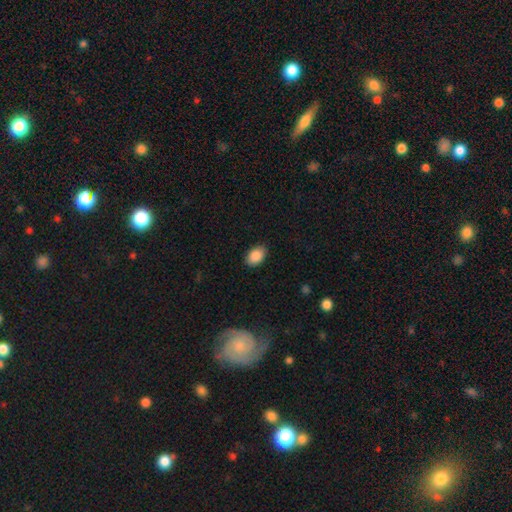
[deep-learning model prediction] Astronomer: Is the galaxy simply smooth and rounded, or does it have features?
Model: smooth — 88%.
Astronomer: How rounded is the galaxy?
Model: in between — 87%.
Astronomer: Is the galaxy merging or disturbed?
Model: none — 85%.